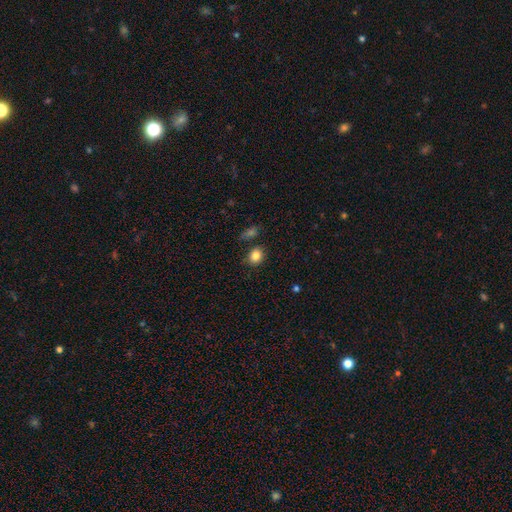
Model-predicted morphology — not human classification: type=smooth (84%); roundness=round (61%); merging=none (79%).